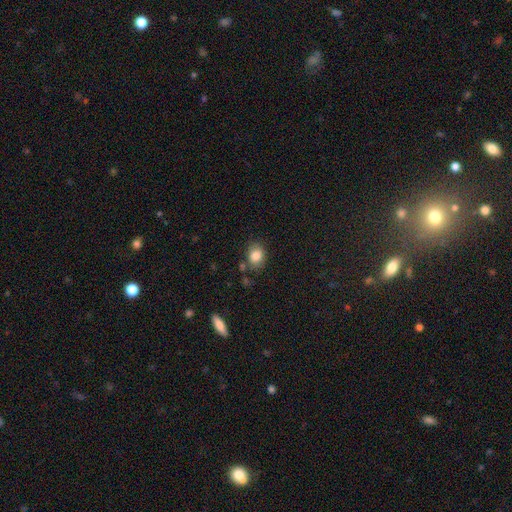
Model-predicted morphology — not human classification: smooth-or-featured: smooth: 84% | star or artifact: 9% | featured or disk: 7%
  how-rounded: in between: 53% | round: 46% | cigar-shaped: 1%
  merging: none: 75% | minor disturbance: 15% | merger: 6% | major disturbance: 4%